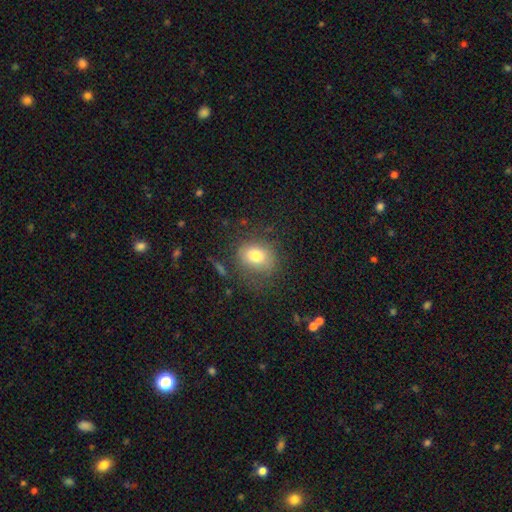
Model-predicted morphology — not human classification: Smooth or featured?
  - smooth: 77% *
  - featured or disk: 12%
  - star or artifact: 11%
How rounded?
  - round: 58% *
  - in between: 41%
  - cigar-shaped: 1%
Merging?
  - none: 70% *
  - minor disturbance: 18%
  - major disturbance: 9%
  - merger: 3%